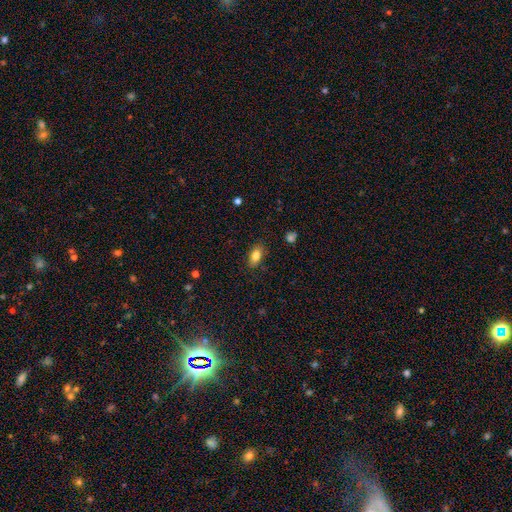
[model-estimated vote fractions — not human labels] Smooth or featured? Predicted: smooth (p=0.83). How rounded? Predicted: in between (p=0.88). Merging? Predicted: none (p=0.85).